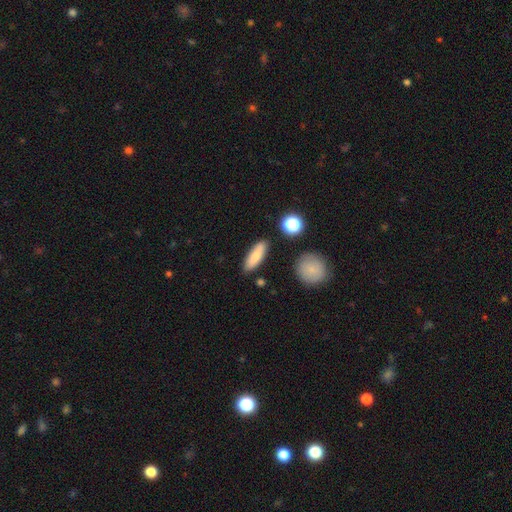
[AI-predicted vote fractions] Smooth or featured?
  - smooth: 77% *
  - featured or disk: 15%
  - star or artifact: 8%
How rounded?
  - in between: 52% *
  - cigar-shaped: 45%
  - round: 3%
Merging?
  - none: 83% *
  - minor disturbance: 10%
  - merger: 4%
  - major disturbance: 3%